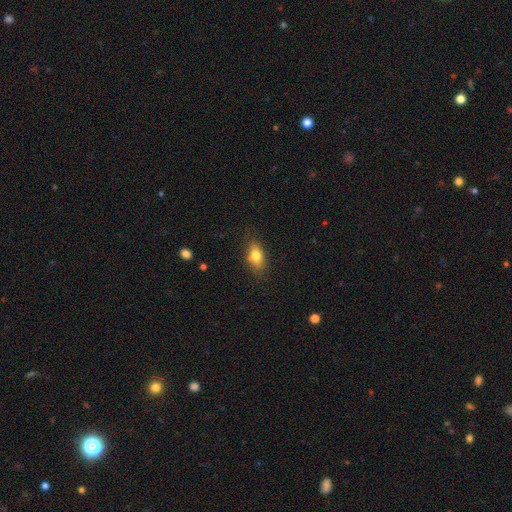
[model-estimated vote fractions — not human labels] Smooth or featured?
  - smooth: 78% *
  - featured or disk: 13%
  - star or artifact: 9%
How rounded?
  - in between: 83% *
  - round: 10%
  - cigar-shaped: 7%
Merging?
  - none: 75% *
  - minor disturbance: 16%
  - merger: 4%
  - major disturbance: 4%